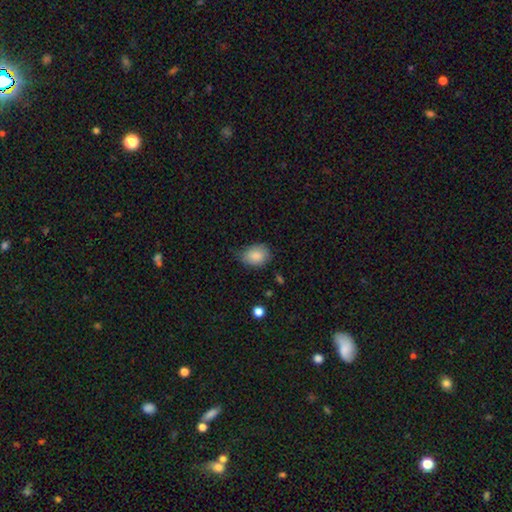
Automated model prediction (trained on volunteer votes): This appears to be a smooth galaxy with no disk features (86%) that is in between round and cigar-shaped (70%). Merging: none (63%).